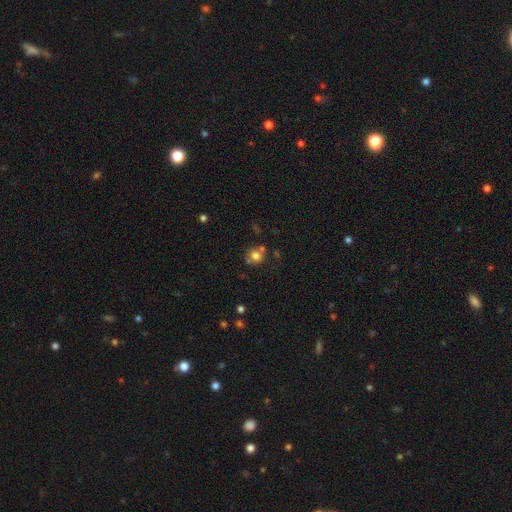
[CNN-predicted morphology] Q: Smooth or featured?
A: smooth (75%); runner-up: star or artifact (14%)
Q: How rounded?
A: round (83%); runner-up: in between (16%)
Q: Merging?
A: none (61%); runner-up: merger (21%)